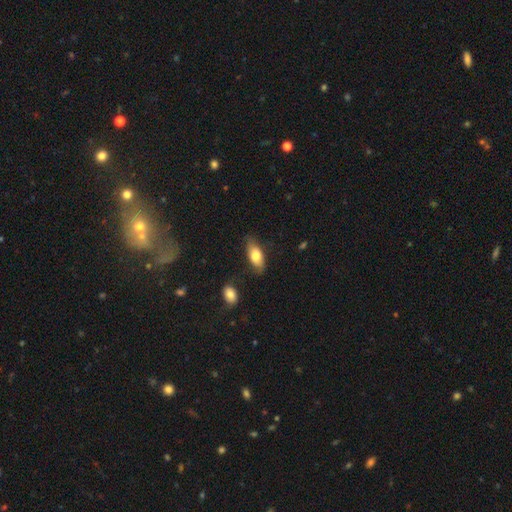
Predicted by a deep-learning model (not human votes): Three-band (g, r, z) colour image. It shows a smooth galaxy with no disk features (74%) that is in between round and cigar-shaped (84%). Merging: none (75%).